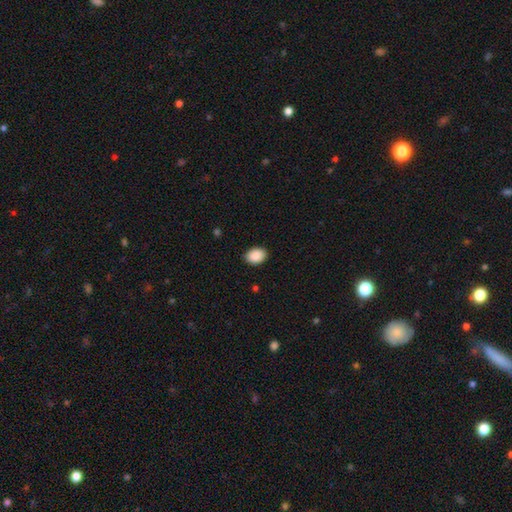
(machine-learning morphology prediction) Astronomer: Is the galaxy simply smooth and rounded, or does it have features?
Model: smooth — 90%.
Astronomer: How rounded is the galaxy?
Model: in between — 77%.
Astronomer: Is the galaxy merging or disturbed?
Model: none — 88%.